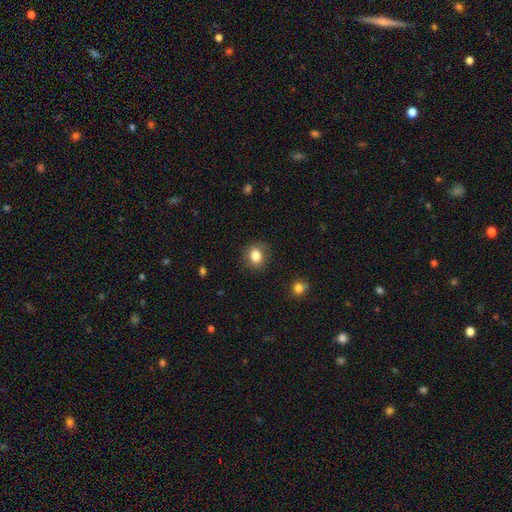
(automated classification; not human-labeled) This is clearly a smooth galaxy (85%). How rounded: likely round (60%). Merging: clearly none (84%).